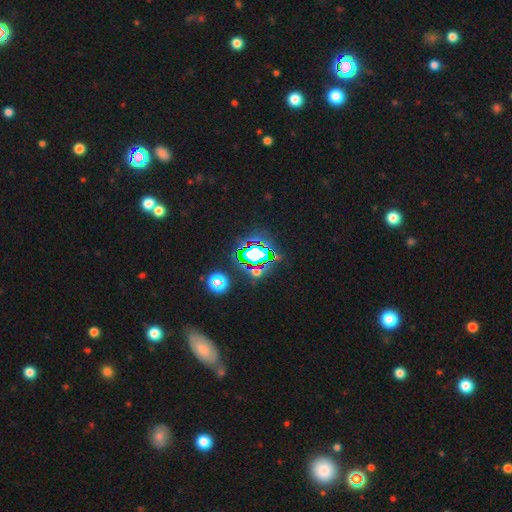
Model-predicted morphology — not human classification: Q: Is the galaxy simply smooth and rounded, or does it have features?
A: star or artifact — 67%.